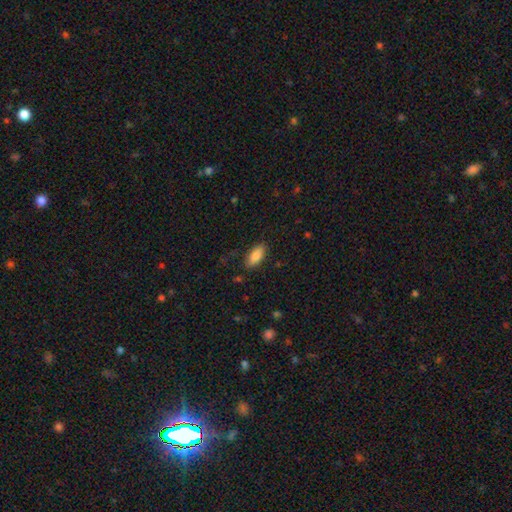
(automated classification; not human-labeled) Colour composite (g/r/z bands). It shows a smooth galaxy with no disk features (87%) that is in between round and cigar-shaped (87%). Merging: none (85%).